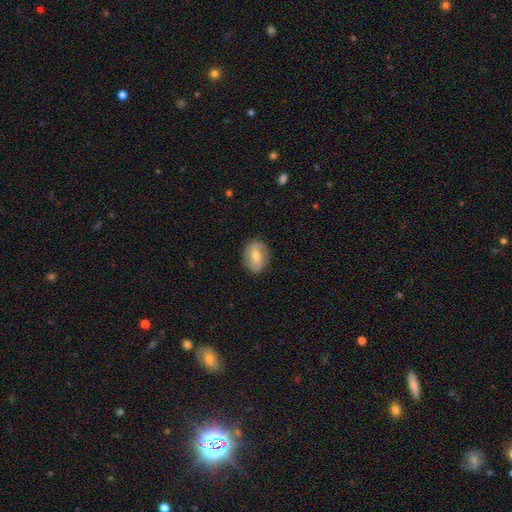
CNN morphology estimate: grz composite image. It shows a smooth galaxy with no disk features (47%). Merging: none (82%).